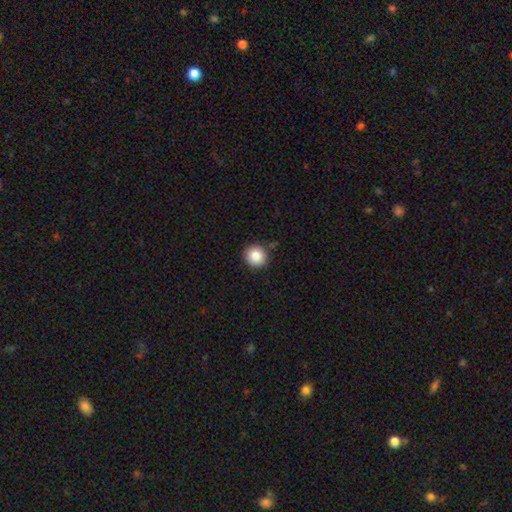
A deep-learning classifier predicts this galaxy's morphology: smooth 84%, star or artifact 10%, featured or disk 6%. Down the decision tree: how rounded — round (93%); merging — none (87%).